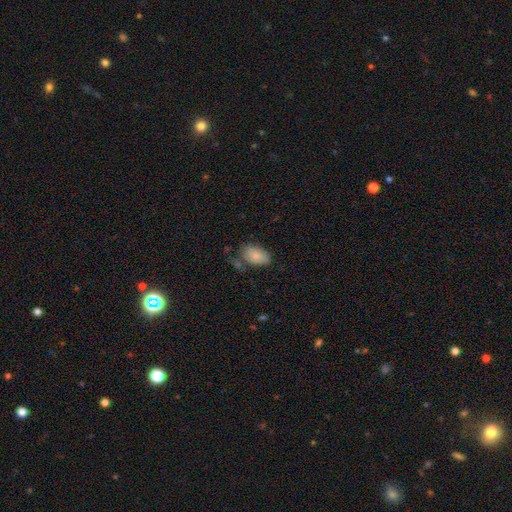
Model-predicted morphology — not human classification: The model was most divided on "merging": none: 58%, minor disturbance: 26%, merger: 8%, major disturbance: 8%. More confident: how rounded — in between (92%); smooth or featured — smooth (82%).